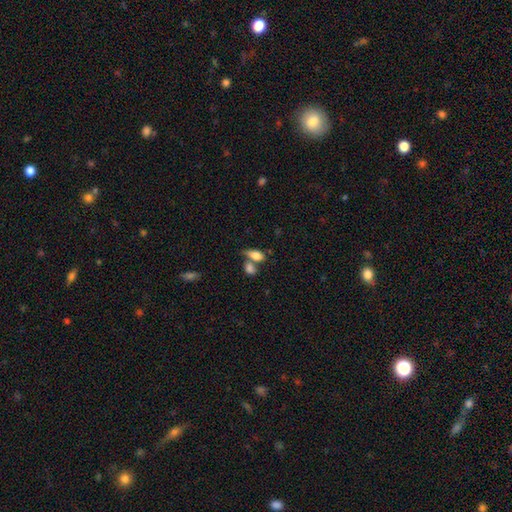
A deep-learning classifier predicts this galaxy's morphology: smooth_or_featured: smooth (p=0.79) [alt: featured or disk p=0.12]
how_rounded: in between (p=0.85) [alt: cigar-shaped p=0.08]
merging: merger (p=0.47) [alt: none p=0.34]